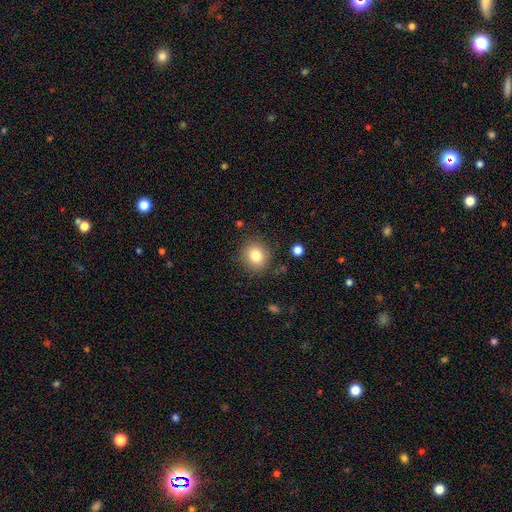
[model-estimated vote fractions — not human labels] Q: Smooth or featured?
A: smooth (81%); runner-up: star or artifact (11%)
Q: How rounded?
A: round (86%); runner-up: in between (14%)
Q: Merging?
A: none (86%); runner-up: minor disturbance (9%)